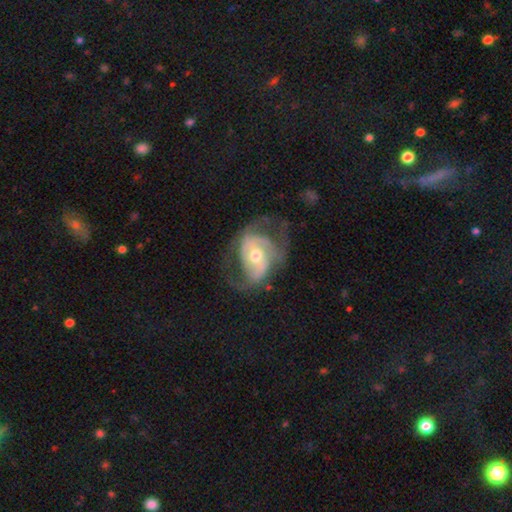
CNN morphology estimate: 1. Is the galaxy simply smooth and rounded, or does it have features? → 81% featured or disk, 13% smooth, 6% star or artifact.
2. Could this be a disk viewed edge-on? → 97% no, 3% yes.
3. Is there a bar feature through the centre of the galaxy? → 49% no, 35% weak, 16% strong.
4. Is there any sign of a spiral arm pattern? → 89% yes, 11% no.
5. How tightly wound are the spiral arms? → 48% medium, 29% loose, 23% tight.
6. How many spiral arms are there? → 62% 2, 14% can't tell, 13% 3, 5% 1, 3% 4, 2% more than 4.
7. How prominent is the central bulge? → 65% moderate, 28% small, 5% large, 1% none, 1% dominant.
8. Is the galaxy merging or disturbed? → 51% none, 26% major disturbance, 21% minor disturbance, 2% merger.